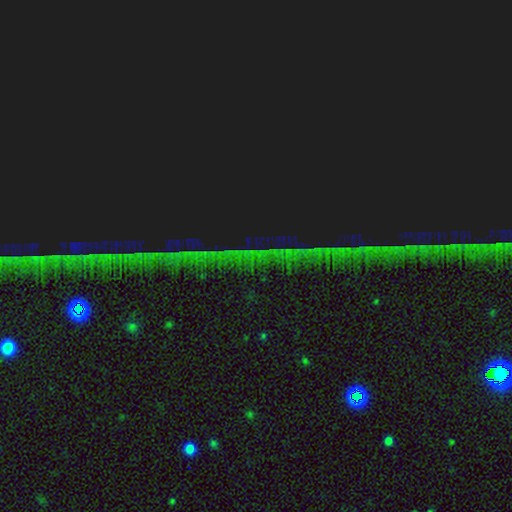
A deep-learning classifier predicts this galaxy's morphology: star or artifact 86%, featured or disk 8%, smooth 6%.